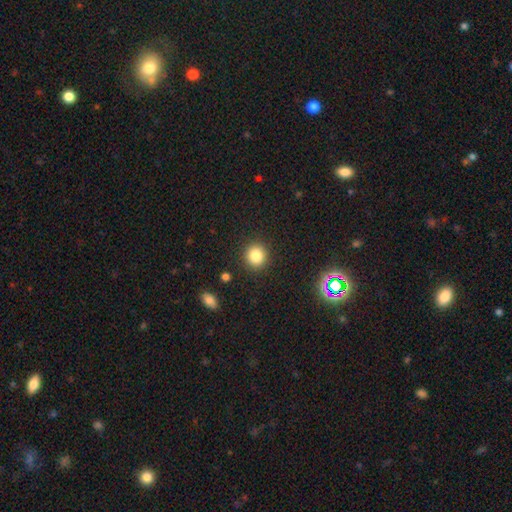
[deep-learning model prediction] smooth_or_featured: smooth (p=0.83) [alt: star or artifact p=0.11]
how_rounded: round (p=0.90) [alt: in between p=0.09]
merging: none (p=0.91) [alt: minor disturbance p=0.06]